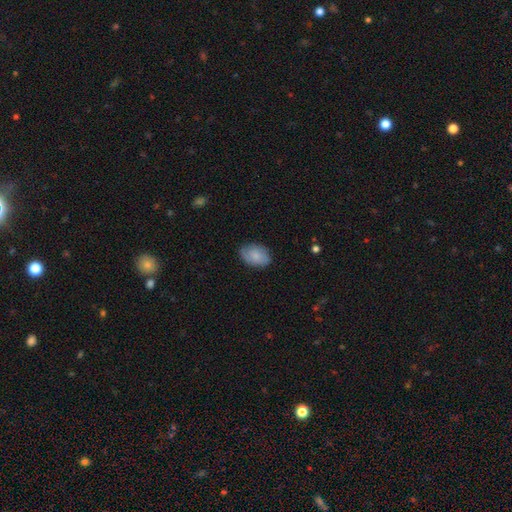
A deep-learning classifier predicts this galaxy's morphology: Overall: smooth (81%). How rounded: in between (86%). Merging: none (79%).